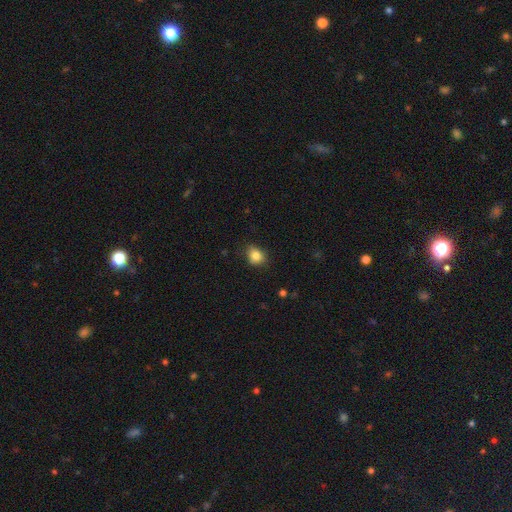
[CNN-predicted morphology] Smooth or featured?
  - smooth: 83% *
  - star or artifact: 10%
  - featured or disk: 7%
How rounded?
  - round: 53% *
  - in between: 46%
  - cigar-shaped: 1%
Merging?
  - none: 76% *
  - minor disturbance: 19%
  - major disturbance: 4%
  - merger: 1%